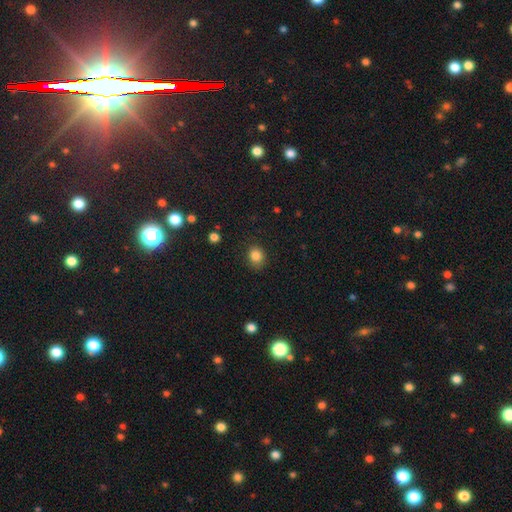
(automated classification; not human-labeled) This is clearly a smooth galaxy (85%). How rounded: likely round (66%). Merging: clearly none (82%).